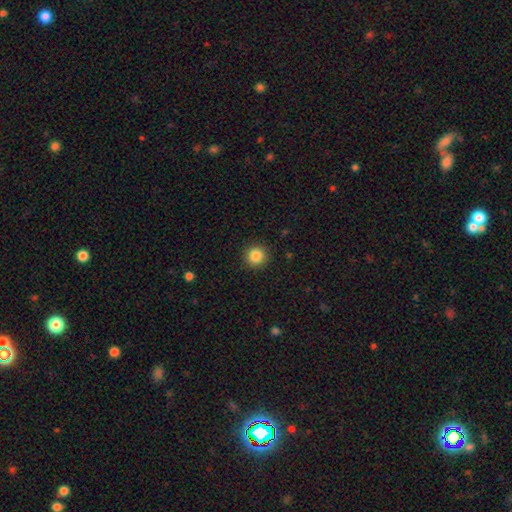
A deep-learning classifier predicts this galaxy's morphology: This is clearly a smooth galaxy (85%). How rounded: clearly round (94%). Merging: clearly none (91%).